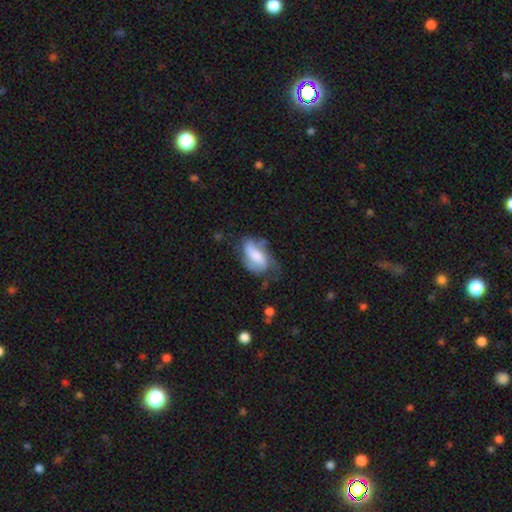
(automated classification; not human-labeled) Smooth or featured? Predicted: featured or disk (p=0.52). Edge-on disk? Predicted: no (p=0.93). Merging? Predicted: none (p=0.42).